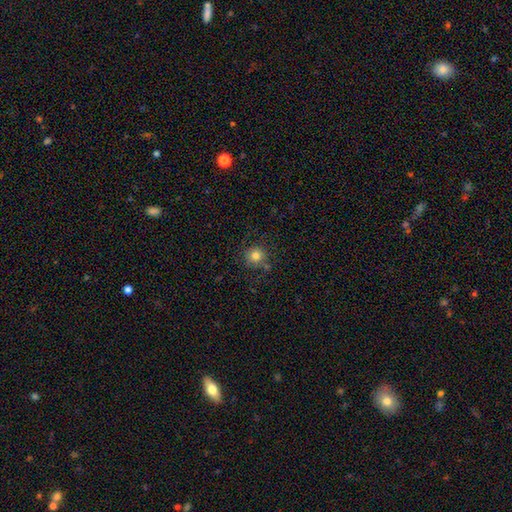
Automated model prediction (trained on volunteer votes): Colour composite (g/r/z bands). It shows a smooth galaxy with no disk features (79%) that is round (92%). Merging: none (79%).